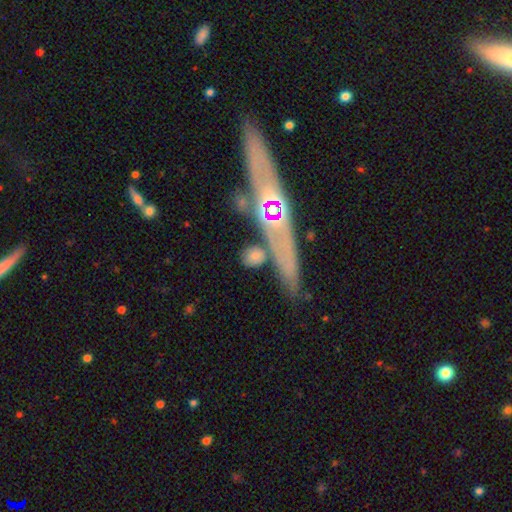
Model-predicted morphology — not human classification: Overall: smooth (67%). How rounded: round (45%; in between 36%). Merging: none (72%).